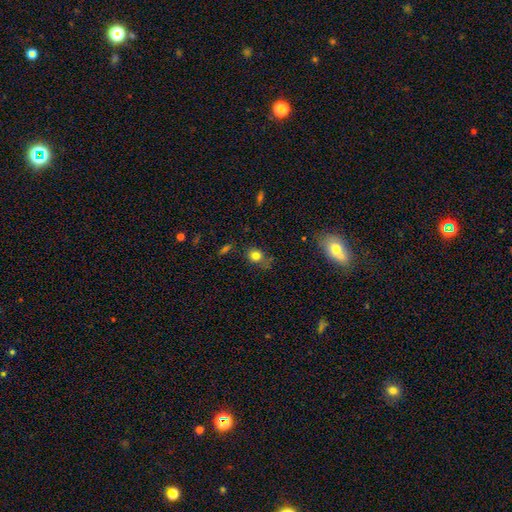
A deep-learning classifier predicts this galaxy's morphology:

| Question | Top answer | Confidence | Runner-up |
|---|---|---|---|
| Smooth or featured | smooth | 78% | star or artifact (13%) |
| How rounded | round | 64% | in between (34%) |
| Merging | none | 62% | minor disturbance (25%) |